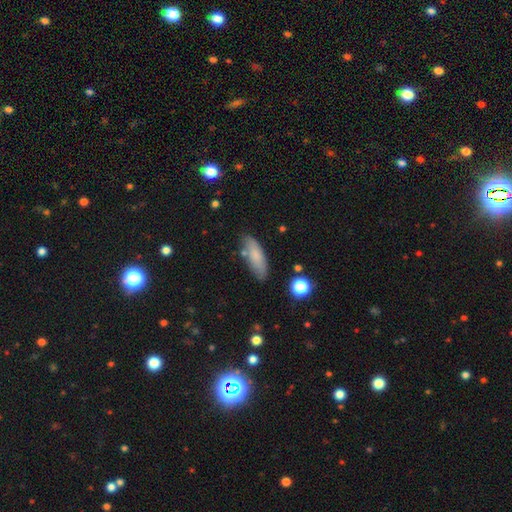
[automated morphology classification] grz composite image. It shows a smooth galaxy with no disk features (79%) that is in between round and cigar-shaped (63%). Merging: none (77%).